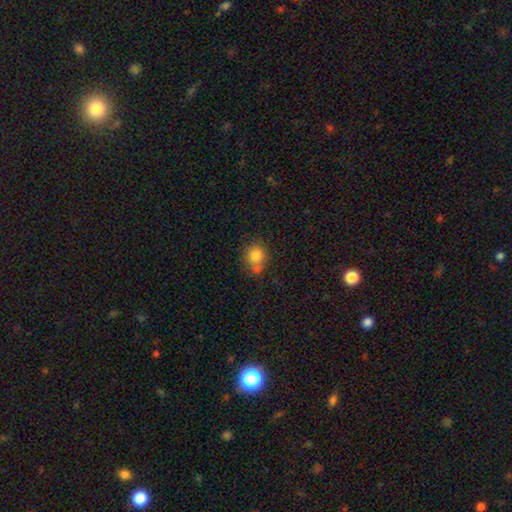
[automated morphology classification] Smooth or featured? Predicted: smooth (p=0.81). How rounded? Predicted: round (p=0.80). Merging? Predicted: none (p=0.55).